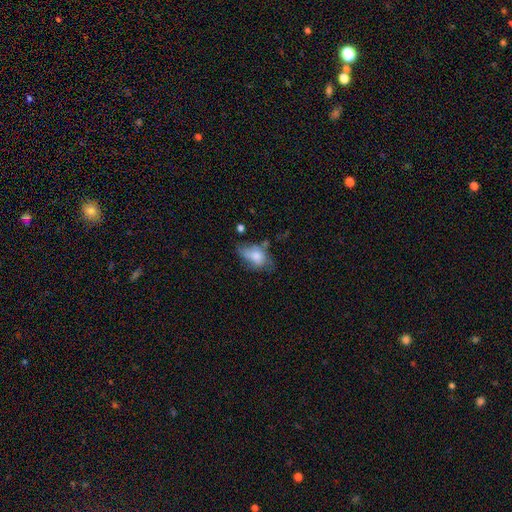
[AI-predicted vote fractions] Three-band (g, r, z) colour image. It shows a smooth galaxy with no disk features (70%) that is in between round and cigar-shaped (87%). Merging: none (37%).